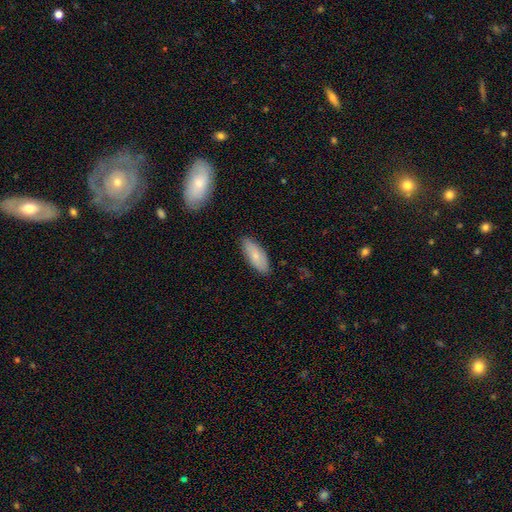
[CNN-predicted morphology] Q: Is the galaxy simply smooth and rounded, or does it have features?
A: smooth — 76%.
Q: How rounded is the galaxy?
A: in between — 76%.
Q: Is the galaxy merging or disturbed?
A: none — 84%.